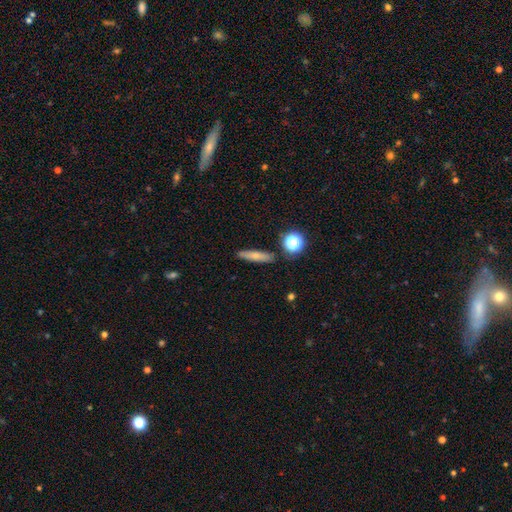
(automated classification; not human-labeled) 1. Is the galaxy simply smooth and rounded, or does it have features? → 68% smooth, 21% featured or disk, 11% star or artifact.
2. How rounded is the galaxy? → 79% cigar-shaped, 16% in between, 5% round.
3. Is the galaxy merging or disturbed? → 85% none, 10% minor disturbance, 3% merger, 2% major disturbance.